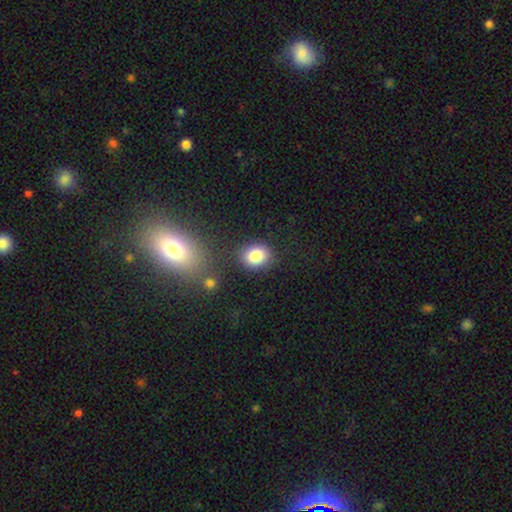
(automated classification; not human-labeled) Smooth or featured: smooth — 84% (star or artifact — 10%)
How rounded: round — 56% (in between — 42%)
Merging: none — 81% (minor disturbance — 11%)